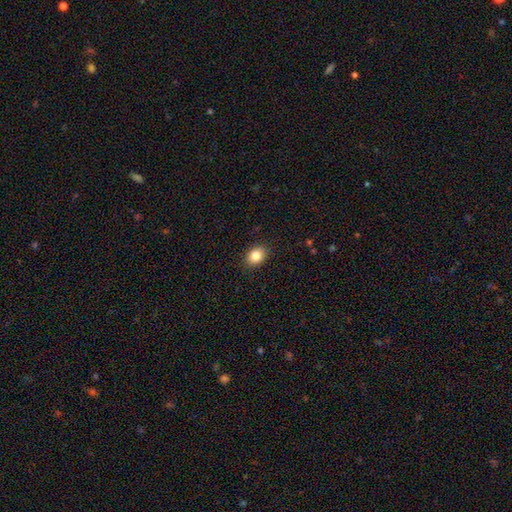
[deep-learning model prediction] Smooth or featured?
  - smooth: 85% *
  - star or artifact: 9%
  - featured or disk: 6%
How rounded?
  - in between: 66% *
  - round: 33%
  - cigar-shaped: 1%
Merging?
  - none: 89% *
  - minor disturbance: 8%
  - major disturbance: 2%
  - merger: 1%